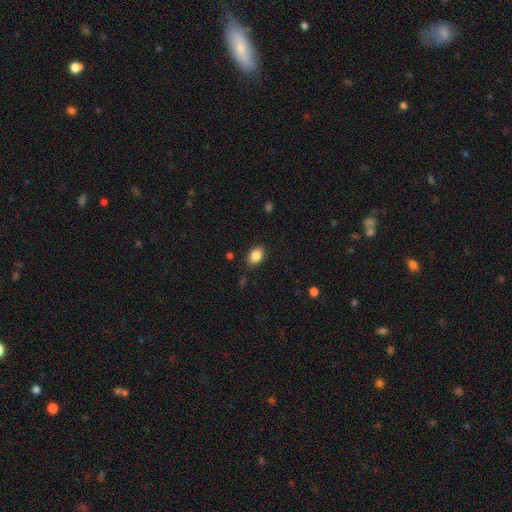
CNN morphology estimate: This is clearly a smooth galaxy (87%). How rounded: clearly in between (80%). Merging: clearly none (86%).